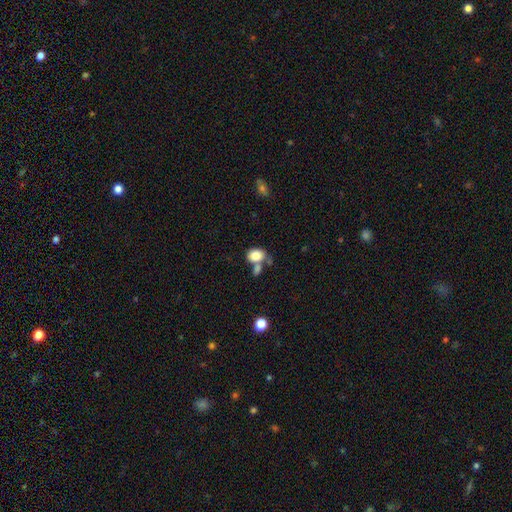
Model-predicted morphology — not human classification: The model was most divided on "merging": none: 44%, merger: 35%, minor disturbance: 15%, major disturbance: 6%. More confident: smooth or featured — smooth (82%); how rounded — in between (67%).